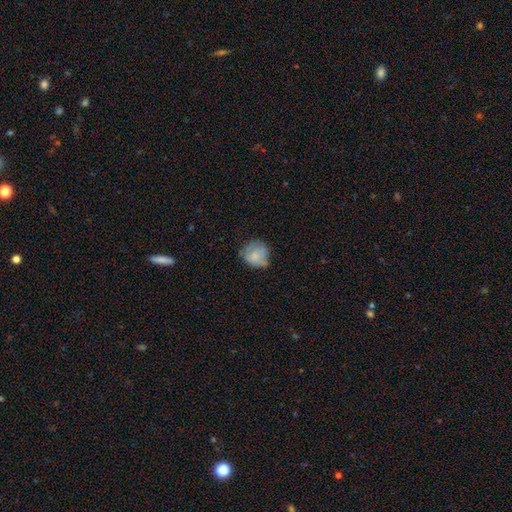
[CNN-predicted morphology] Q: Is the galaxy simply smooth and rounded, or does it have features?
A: smooth — 72%.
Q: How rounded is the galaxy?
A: round — 80%.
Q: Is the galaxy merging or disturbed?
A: none — 56%.